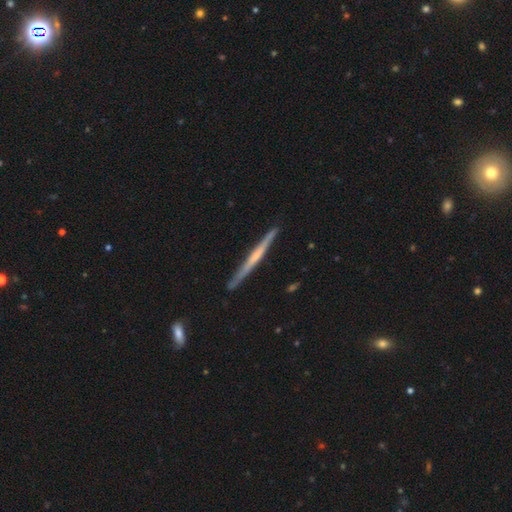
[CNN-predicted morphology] Smooth or featured? featured or disk (69%)
Edge-on disk? yes (98%)
Edge-on bulge? none (48%)
Merging? none (90%)